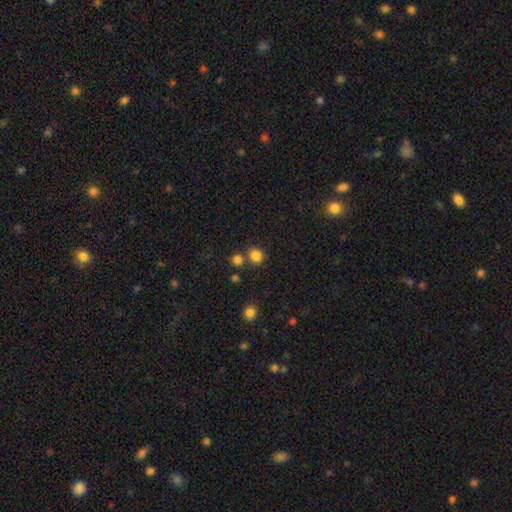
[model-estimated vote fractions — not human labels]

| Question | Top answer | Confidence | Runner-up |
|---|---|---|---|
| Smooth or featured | smooth | 82% | star or artifact (13%) |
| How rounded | round | 85% | in between (14%) |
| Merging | none | 73% | merger (15%) |